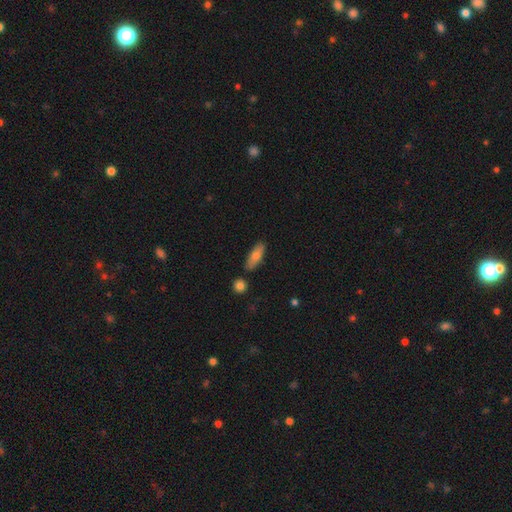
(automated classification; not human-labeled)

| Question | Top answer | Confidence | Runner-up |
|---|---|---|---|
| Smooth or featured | smooth | 73% | featured or disk (21%) |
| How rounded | in between | 60% | cigar-shaped (37%) |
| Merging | none | 81% | minor disturbance (12%) |